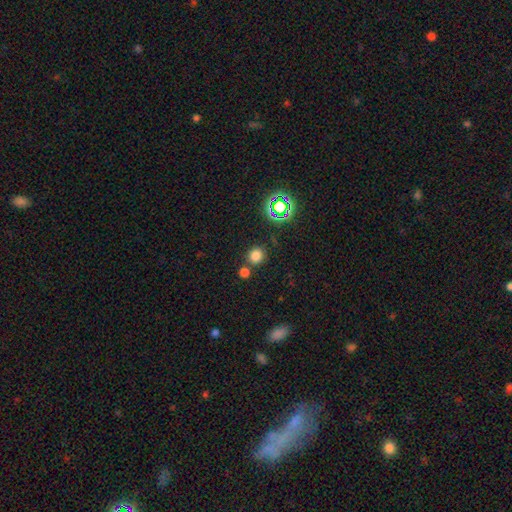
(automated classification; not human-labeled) Morphology: type=smooth (75%); roundness=round (85%); merging=none (75%).